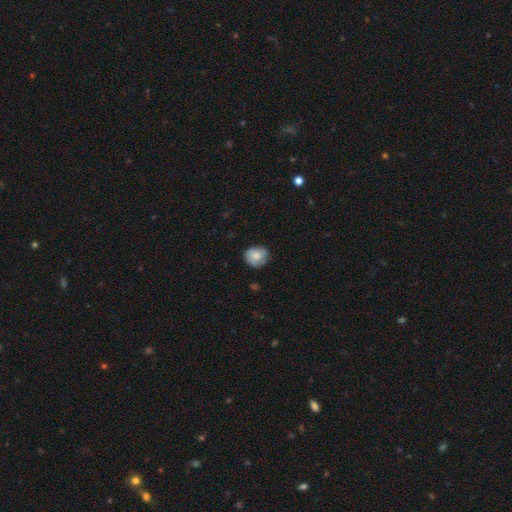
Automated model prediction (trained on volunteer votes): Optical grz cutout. It shows a smooth galaxy with no disk features (76%) that is round (75%). Merging: none (72%).